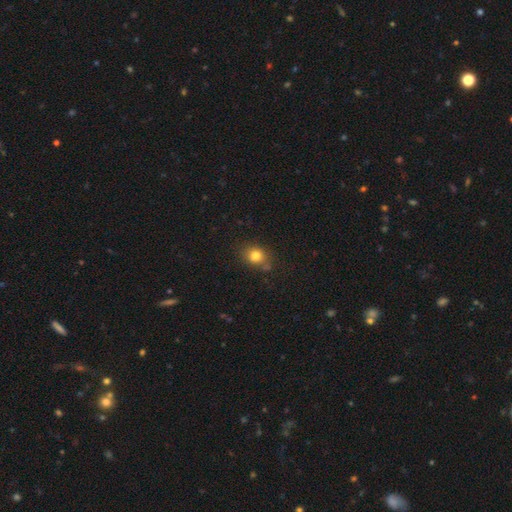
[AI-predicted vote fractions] This appears to be a smooth galaxy with no disk features (81%) that is round (69%). Merging: none (70%).